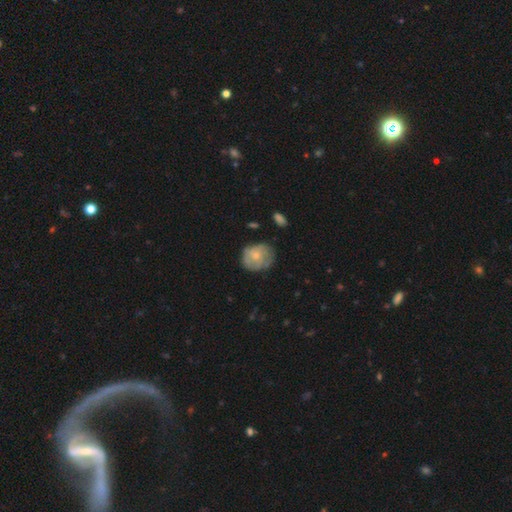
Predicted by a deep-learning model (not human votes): Smooth or featured: smooth — 51% (featured or disk — 43%)
How rounded: round — 68% (in between — 31%)
Merging: none — 62% (minor disturbance — 26%)